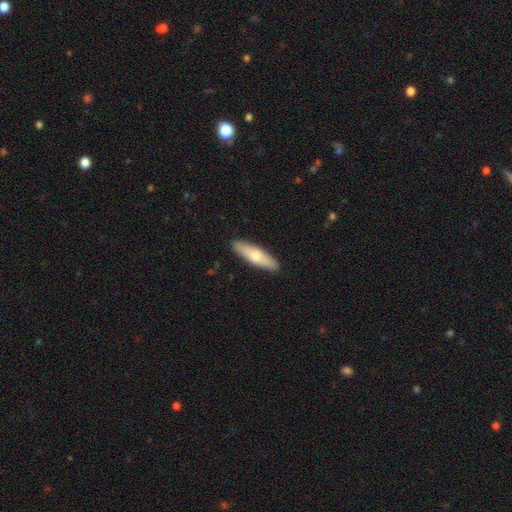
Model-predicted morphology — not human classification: Overall: smooth (67%; featured or disk 28%). How rounded: cigar-shaped (66%; in between 32%). Merging: none (90%).